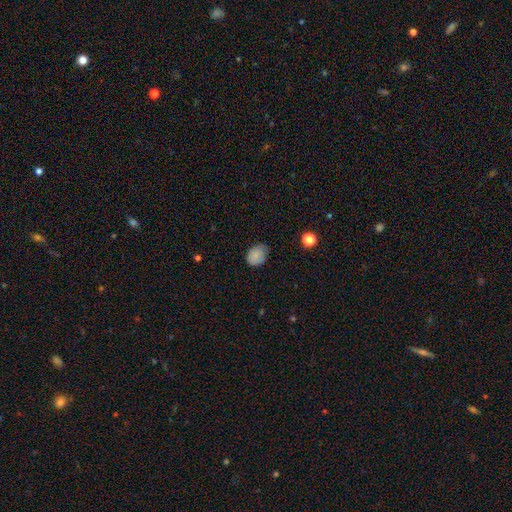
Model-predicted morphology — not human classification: A smooth galaxy with no disk features (82%) that is in between round and cigar-shaped (56%).

Vote fractions:
- Smooth or featured? smooth: 82% / star or artifact: 9% / featured or disk: 8%
- How rounded? in between: 56% / round: 43% / cigar-shaped: 1%
- Merging? none: 62% / minor disturbance: 31% / major disturbance: 6% / merger: 1%